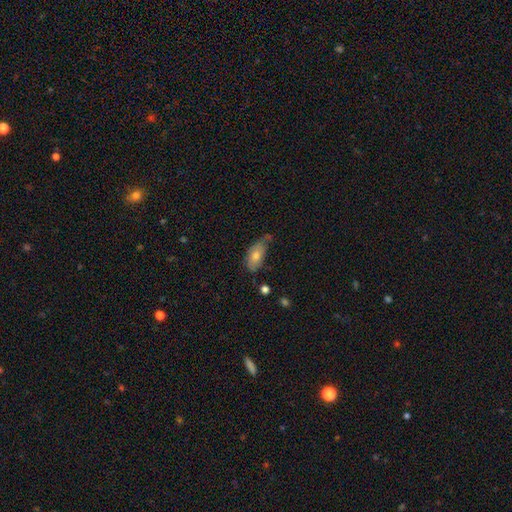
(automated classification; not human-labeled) A smooth galaxy with no disk features (69%) that is in between round and cigar-shaped (87%). Merging: none (45%).